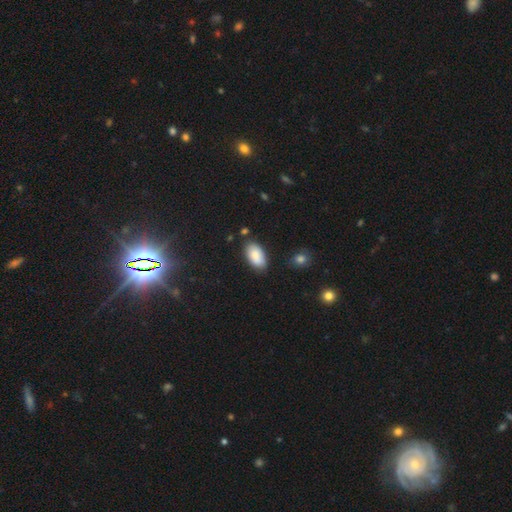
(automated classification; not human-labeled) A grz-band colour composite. It shows a smooth galaxy with no disk features (86%) that is in between round and cigar-shaped (95%). Merging: none (79%).